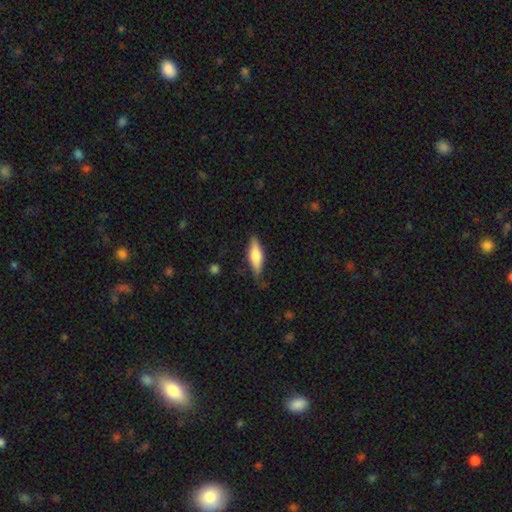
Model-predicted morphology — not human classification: Q: Smooth or featured?
A: smooth (60%); runner-up: featured or disk (34%)
Q: How rounded?
A: cigar-shaped (53%); runner-up: in between (44%)
Q: Merging?
A: none (77%); runner-up: minor disturbance (18%)